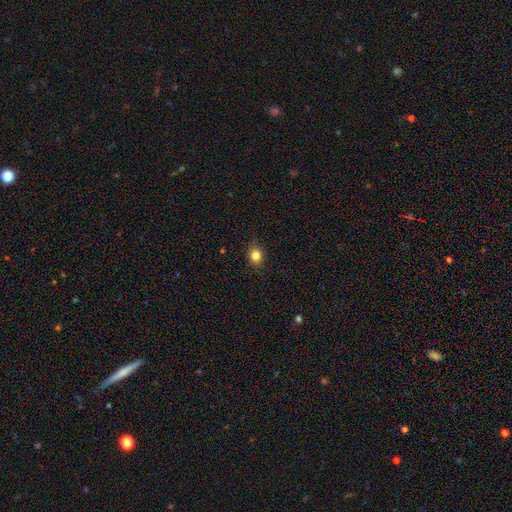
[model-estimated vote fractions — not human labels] The model was most divided on "how rounded": round: 68%, in between: 31%, cigar-shaped: 1%. More confident: merging — none (85%); smooth or featured — smooth (82%).